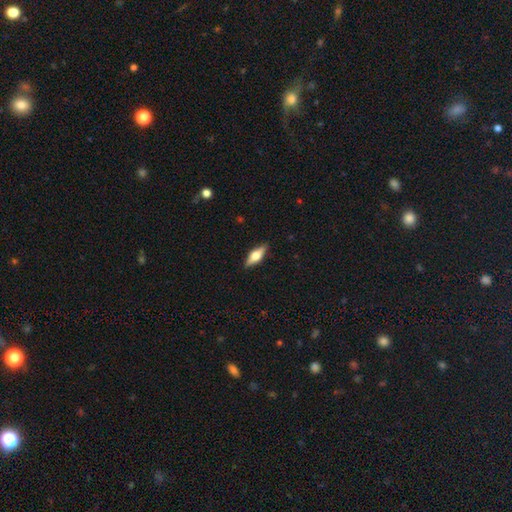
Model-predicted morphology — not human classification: featured or disk 50%, smooth 43%, star or artifact 6%. Down the decision tree: edge-on disk — yes (94%); merging — none (89%).